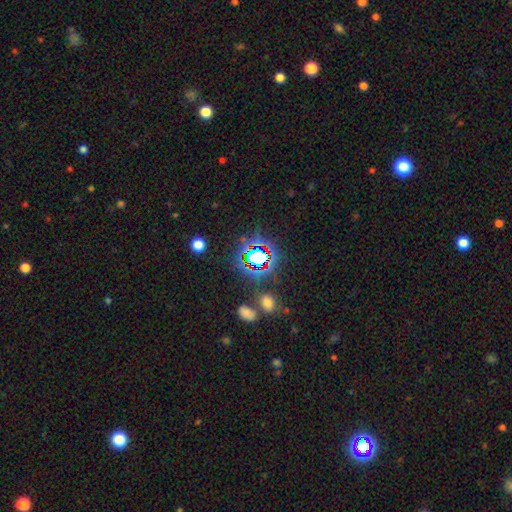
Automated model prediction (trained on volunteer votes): star or artifact 71%, smooth 18%, featured or disk 10%.